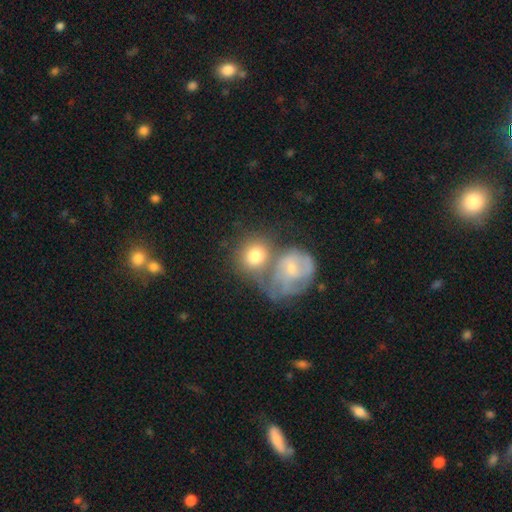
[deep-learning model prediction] A smooth galaxy with no disk features (66%) that is round (73%). Merging: merger (46%).